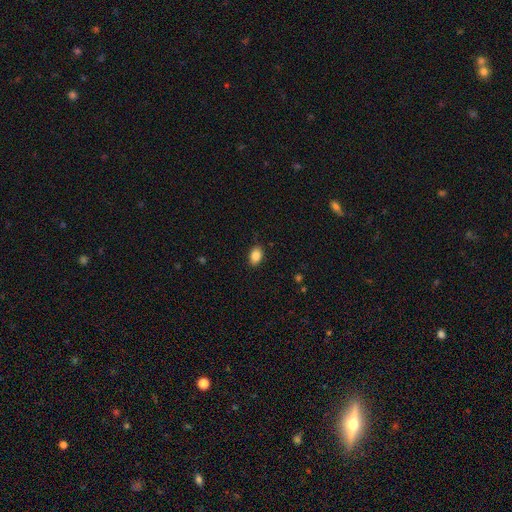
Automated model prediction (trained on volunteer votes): Overall: smooth (87%). How rounded: in between (83%). Merging: none (87%).